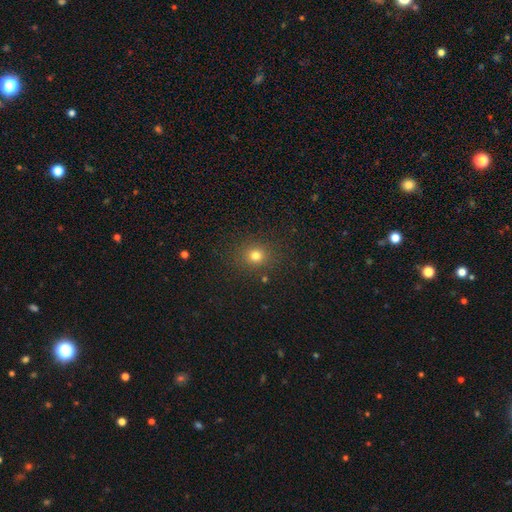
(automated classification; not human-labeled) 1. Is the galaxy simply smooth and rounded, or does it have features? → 76% smooth, 17% star or artifact, 7% featured or disk.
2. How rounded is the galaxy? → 82% round, 17% in between, 1% cigar-shaped.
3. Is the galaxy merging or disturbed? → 87% none, 8% minor disturbance, 3% major disturbance, 2% merger.